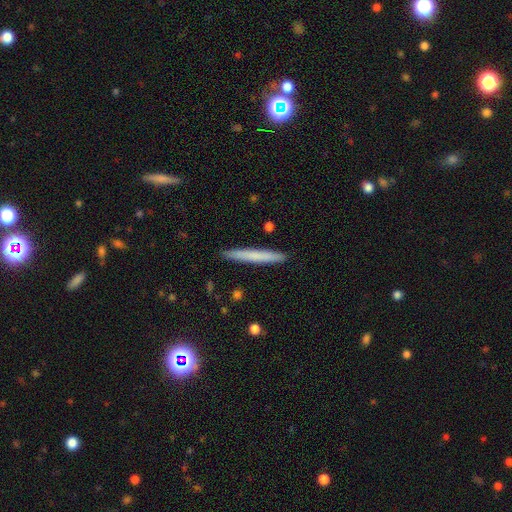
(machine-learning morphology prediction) This appears to be a smooth galaxy with no disk features (67%) that is cigar-shaped (97%). Merging: none (91%).